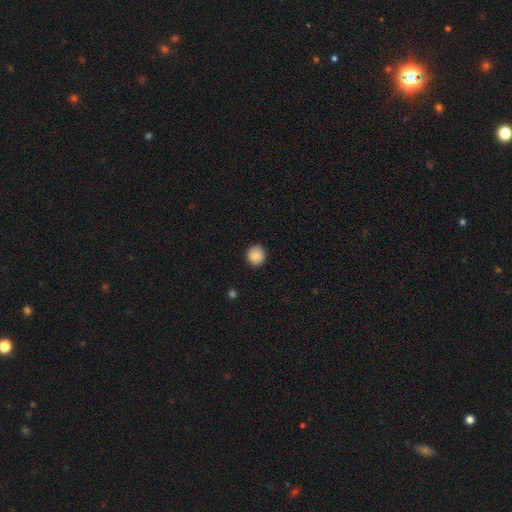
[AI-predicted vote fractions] Smooth or featured? smooth (87%)
How rounded? round (93%)
Merging? none (92%)